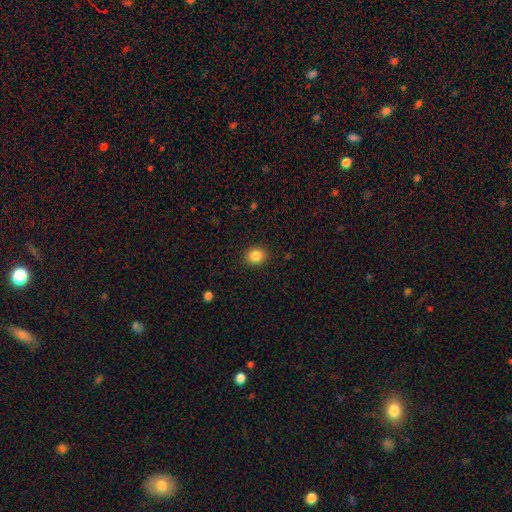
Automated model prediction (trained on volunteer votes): Smooth or featured? Predicted: smooth (p=0.85). How rounded? Predicted: round (p=0.65). Merging? Predicted: none (p=0.89).